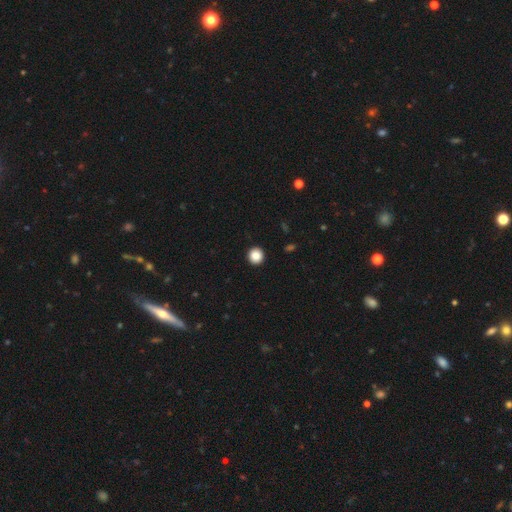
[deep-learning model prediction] Smooth or featured? smooth (87%)
How rounded? round (95%)
Merging? none (94%)